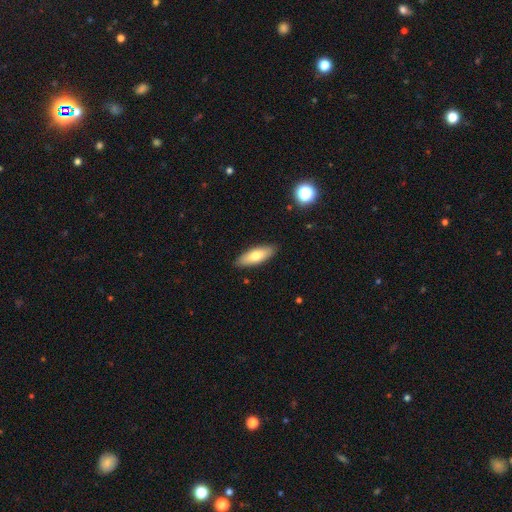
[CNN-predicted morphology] A smooth galaxy with no disk features (73%) that is in between round and cigar-shaped (68%).

Vote fractions:
- Smooth or featured? smooth: 73% / featured or disk: 21% / star or artifact: 6%
- How rounded? in between: 68% / cigar-shaped: 30% / round: 2%
- Merging? none: 88% / minor disturbance: 9% / major disturbance: 2% / merger: 1%